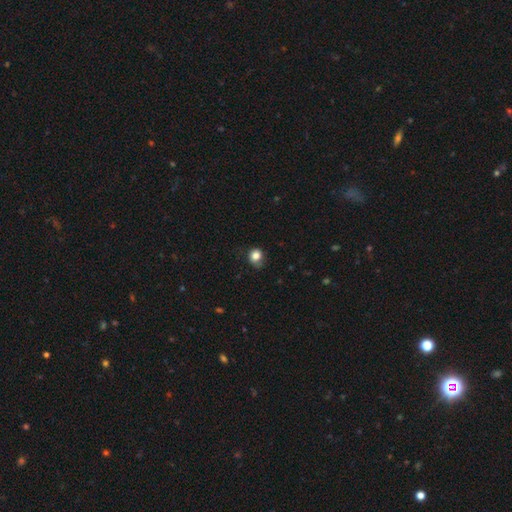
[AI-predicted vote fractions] Smooth or featured? smooth (82%)
How rounded? round (71%)
Merging? none (62%)